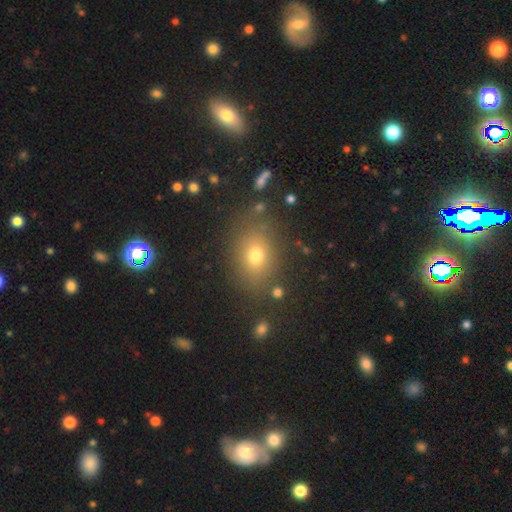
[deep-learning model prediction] Smooth or featured? Predicted: smooth (p=0.71). How rounded? Predicted: in between (p=0.60). Merging? Predicted: none (p=0.82).